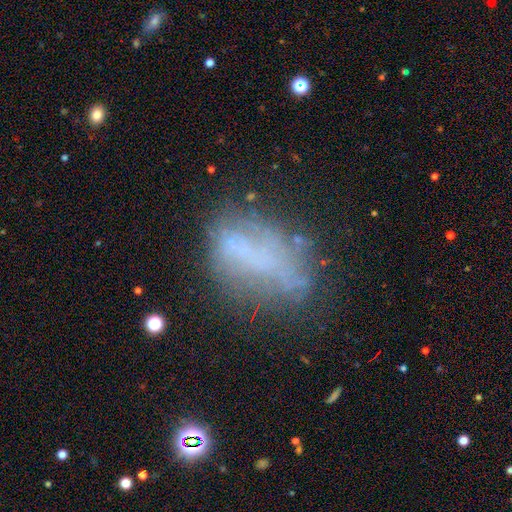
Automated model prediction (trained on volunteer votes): Smooth or featured? featured or disk (43%)
Merging? none (42%)